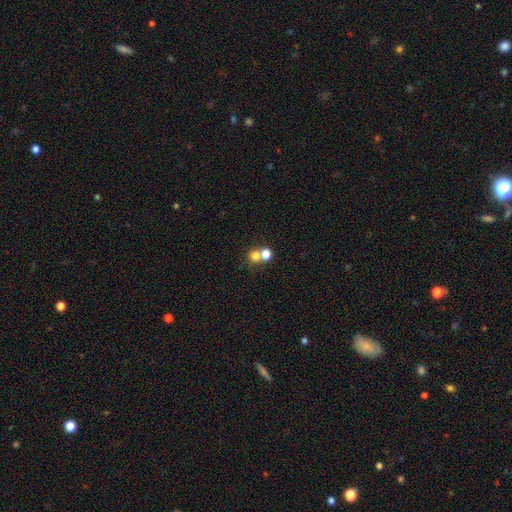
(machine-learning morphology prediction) smooth 74%, star or artifact 15%, featured or disk 11%. Down the decision tree: how rounded — round (82%); merging — merger (49%).